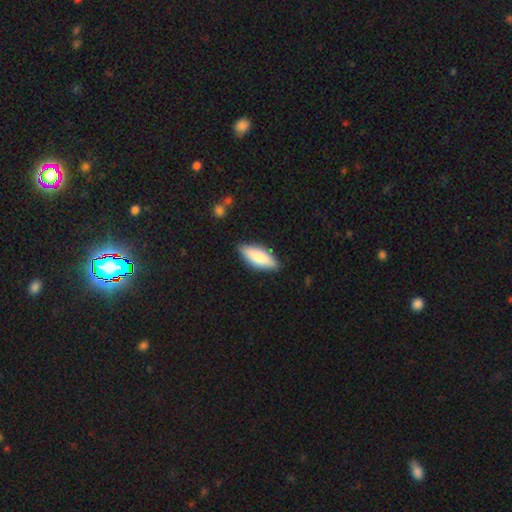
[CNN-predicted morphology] smooth-or-featured: smooth: 80% | featured or disk: 15% | star or artifact: 5%
  how-rounded: in between: 69% | cigar-shaped: 29% | round: 2%
  merging: none: 84% | minor disturbance: 12% | major disturbance: 2% | merger: 1%